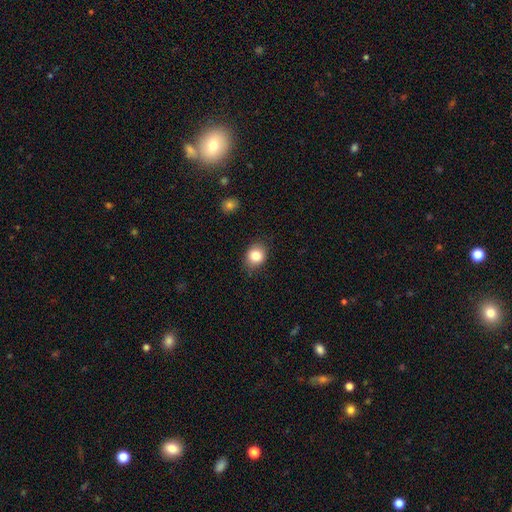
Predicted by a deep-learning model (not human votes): Q: Smooth or featured?
A: smooth (84%); runner-up: star or artifact (9%)
Q: How rounded?
A: round (58%); runner-up: in between (41%)
Q: Merging?
A: none (81%); runner-up: minor disturbance (15%)